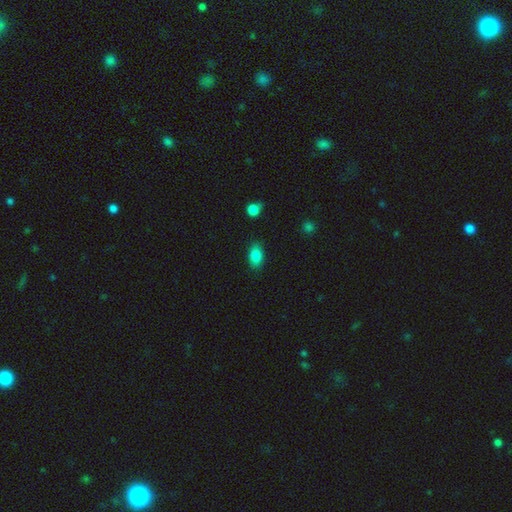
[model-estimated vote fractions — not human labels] smooth_or_featured: smooth (p=0.85) [alt: star or artifact p=0.08]
how_rounded: in between (p=0.89) [alt: round p=0.09]
merging: none (p=0.84) [alt: minor disturbance p=0.11]